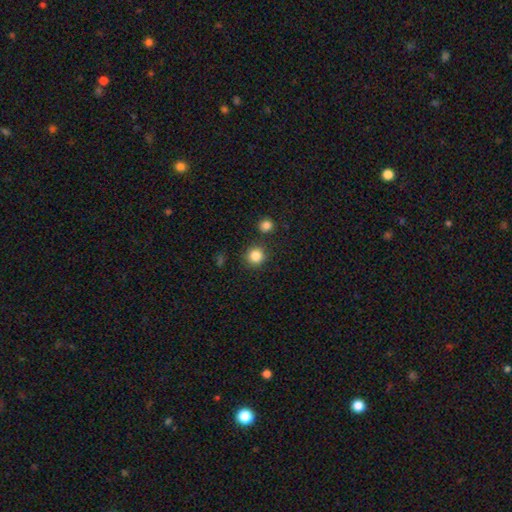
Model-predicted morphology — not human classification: The model was most divided on "smooth or featured": smooth: 85%, star or artifact: 11%, featured or disk: 4%. More confident: how rounded — round (92%); merging — none (85%).